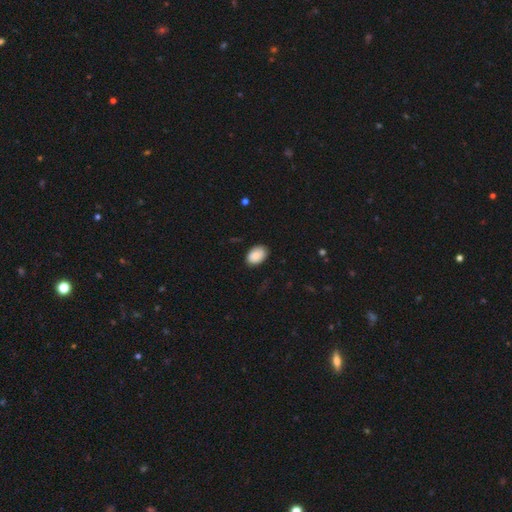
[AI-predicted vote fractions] A smooth galaxy with no disk features (85%) that is in between round and cigar-shaped (87%).

Vote fractions:
- Smooth or featured? smooth: 85% / featured or disk: 8% / star or artifact: 7%
- How rounded? in between: 87% / round: 12% / cigar-shaped: 1%
- Merging? none: 82% / minor disturbance: 14% / major disturbance: 3% / merger: 1%